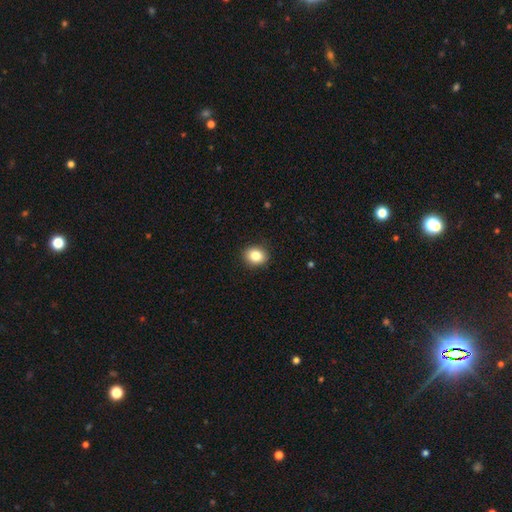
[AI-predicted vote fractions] Morphology: type=smooth (84%); roundness=round (60%); merging=none (90%).